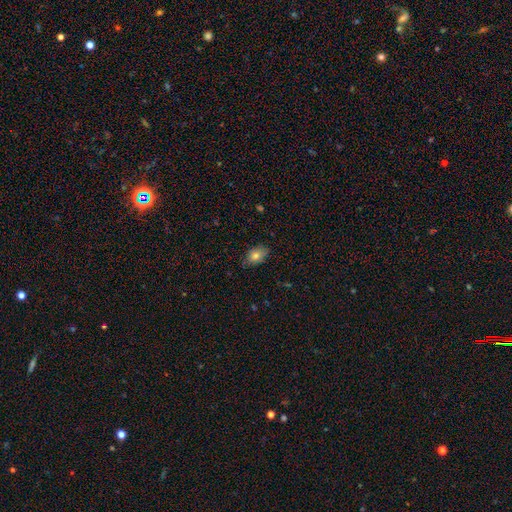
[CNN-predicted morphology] smooth 80%, featured or disk 10%, star or artifact 9%. Down the decision tree: how rounded — in between (83%); merging — none (78%).